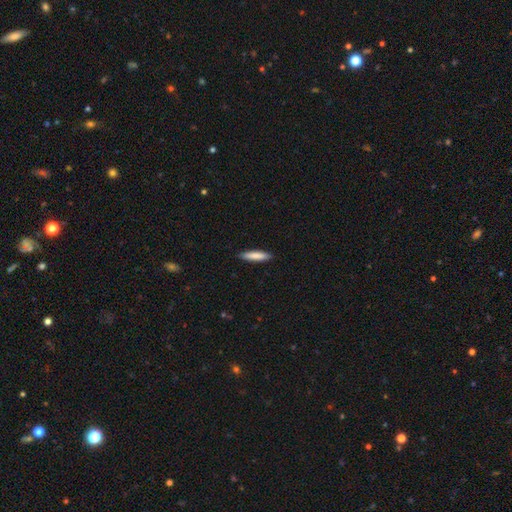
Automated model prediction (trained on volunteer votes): Overall: smooth (83%). How rounded: cigar-shaped (85%). Merging: none (90%).